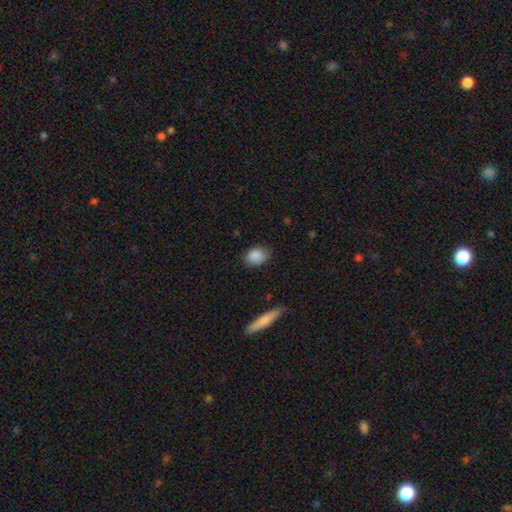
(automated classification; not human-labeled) Morphology: type=smooth (87%); roundness=in between (63%); merging=none (76%).